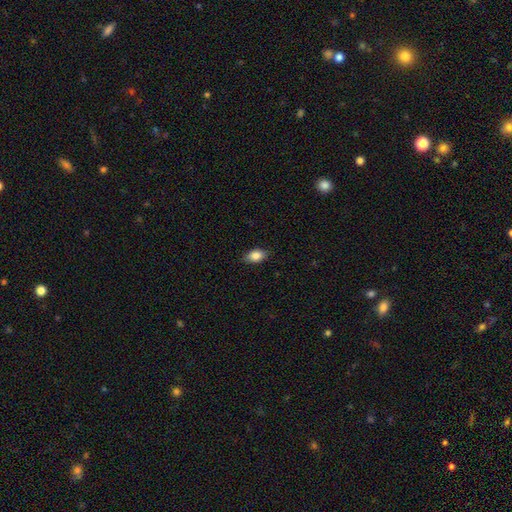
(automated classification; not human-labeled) A smooth galaxy with no disk features (84%) that is in between round and cigar-shaped (87%). Merging: none (84%).